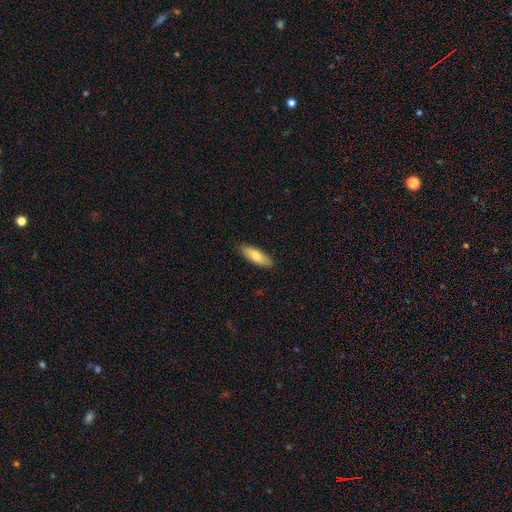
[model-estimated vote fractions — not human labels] Smooth or featured?
  - smooth: 74% *
  - featured or disk: 20%
  - star or artifact: 6%
How rounded?
  - in between: 60% *
  - cigar-shaped: 38%
  - round: 2%
Merging?
  - none: 87% *
  - minor disturbance: 10%
  - major disturbance: 2%
  - merger: 1%